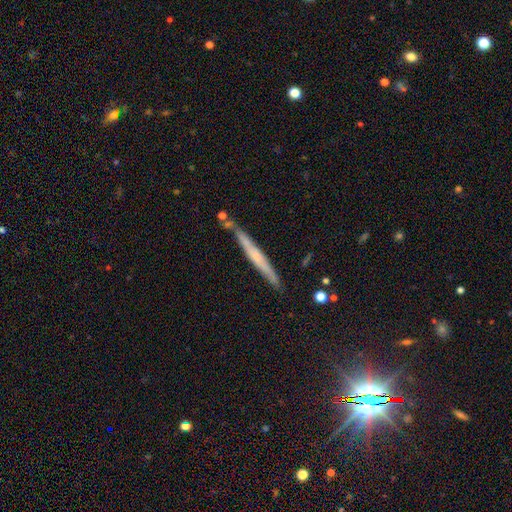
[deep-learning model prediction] This appears to be a featured or disk galaxy (55%) viewed edge-on (95%) with no central bulge (64%). Merging: none (80%).